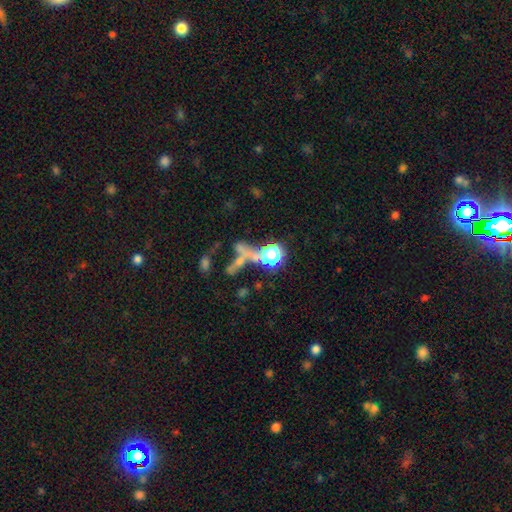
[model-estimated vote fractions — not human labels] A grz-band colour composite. It shows a smooth galaxy with no disk features (42%). Merging: none (37%, tied with merger).